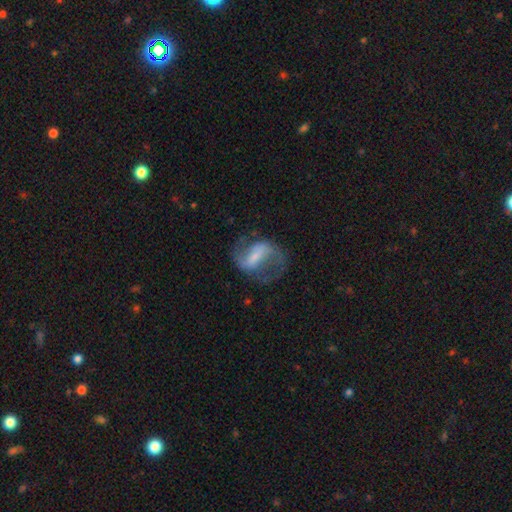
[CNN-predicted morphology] This is likely a featured or disk galaxy (78%). It is clearly not viewed edge-on (96%). Bar: possibly strong (50%). Spiral arm pattern: clearly yes (88%). Spiral arm count: clearly 2 (88%). Spiral winding: possibly medium (46%). Central bulge: marginally small (35%). Merging: likely none (60%).